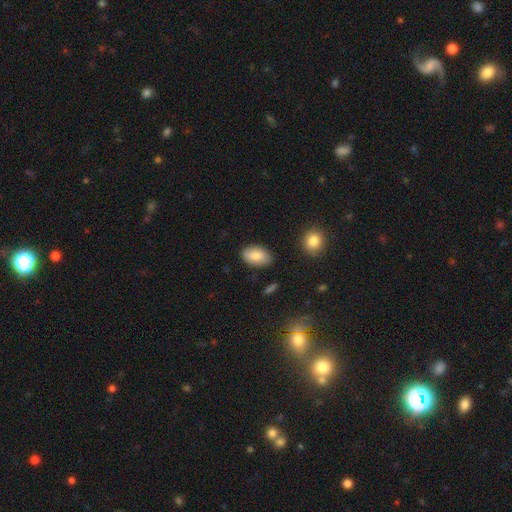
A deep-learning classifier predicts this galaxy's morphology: A smooth galaxy with no disk features (84%) that is in between round and cigar-shaped (92%). Merging: none (83%).